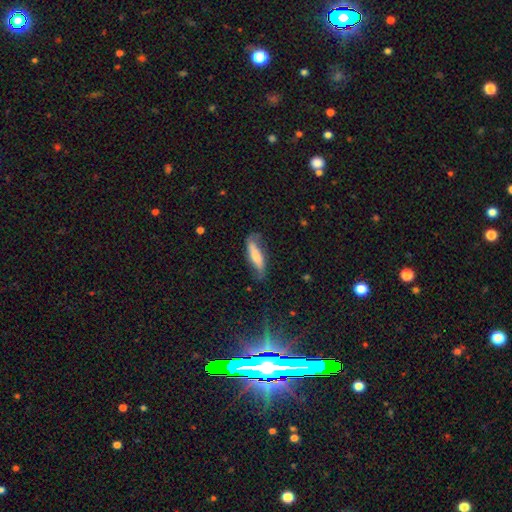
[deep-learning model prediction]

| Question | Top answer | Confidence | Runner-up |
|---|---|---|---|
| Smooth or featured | smooth | 57% | featured or disk (37%) |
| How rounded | cigar-shaped | 61% | in between (37%) |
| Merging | none | 60% | minor disturbance (27%) |